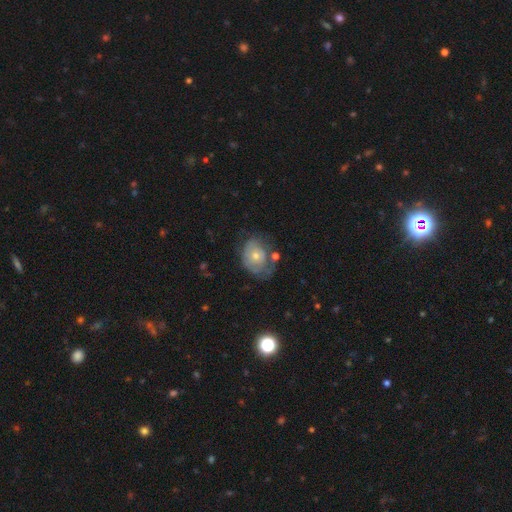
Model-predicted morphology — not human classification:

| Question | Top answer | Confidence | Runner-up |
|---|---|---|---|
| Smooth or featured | featured or disk | 49% | smooth (41%) |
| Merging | none | 49% | minor disturbance (29%) |